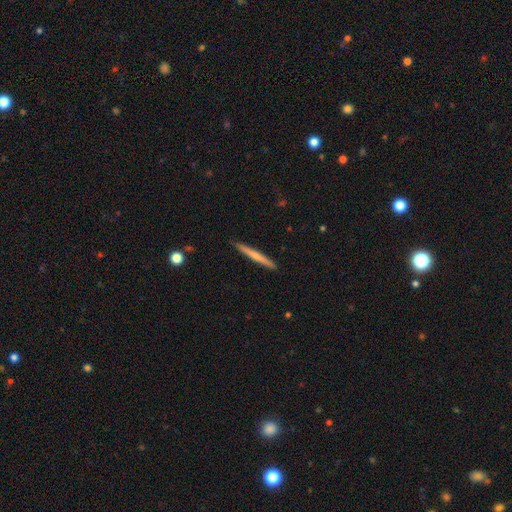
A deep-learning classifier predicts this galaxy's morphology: Overall: smooth (52%; featured or disk 43%). How rounded: cigar-shaped (97%). Merging: none (91%).